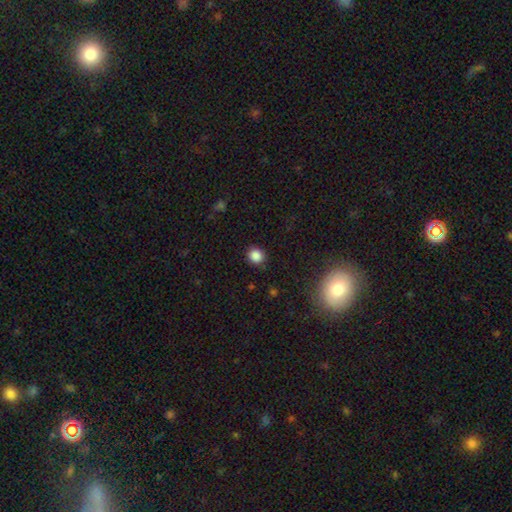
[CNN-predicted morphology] Q: Smooth or featured?
A: smooth (85%); runner-up: star or artifact (11%)
Q: How rounded?
A: round (86%); runner-up: in between (13%)
Q: Merging?
A: none (88%); runner-up: minor disturbance (8%)